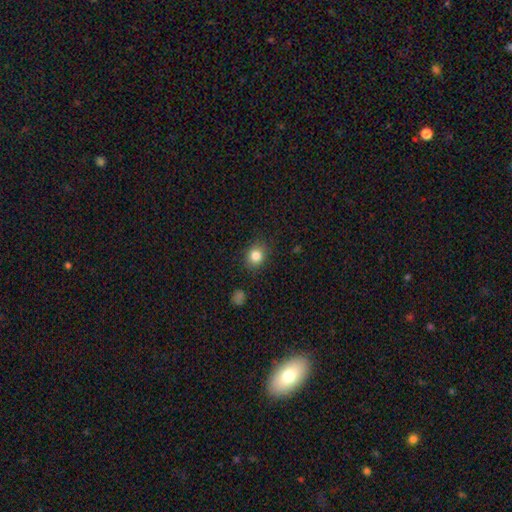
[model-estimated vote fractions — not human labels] The model was most divided on "how rounded": round: 64%, in between: 35%, cigar-shaped: 1%. More confident: merging — none (86%); smooth or featured — smooth (83%).